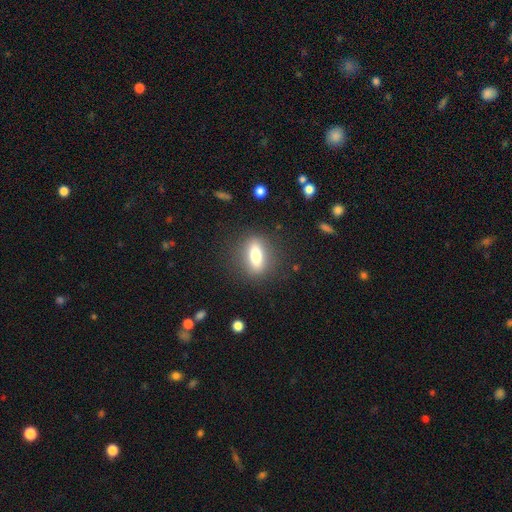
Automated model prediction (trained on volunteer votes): Morphology: type=smooth (66%); roundness=in between (63%); merging=none (85%).